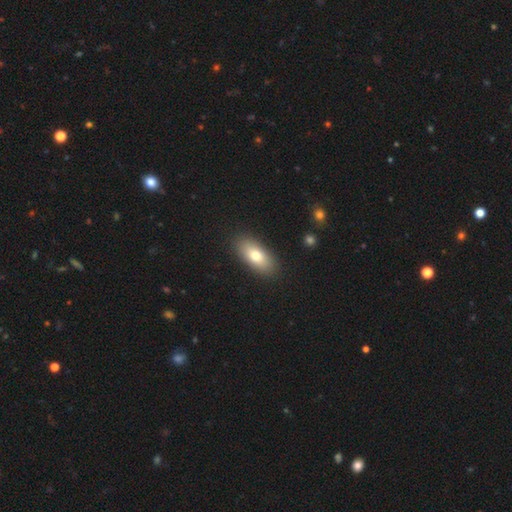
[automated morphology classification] A smooth galaxy with no disk features (76%) that is in between round and cigar-shaped (86%).

Vote fractions:
- Smooth or featured? smooth: 76% / featured or disk: 18% / star or artifact: 7%
- How rounded? in between: 86% / cigar-shaped: 11% / round: 3%
- Merging? none: 88% / minor disturbance: 8% / major disturbance: 2% / merger: 1%